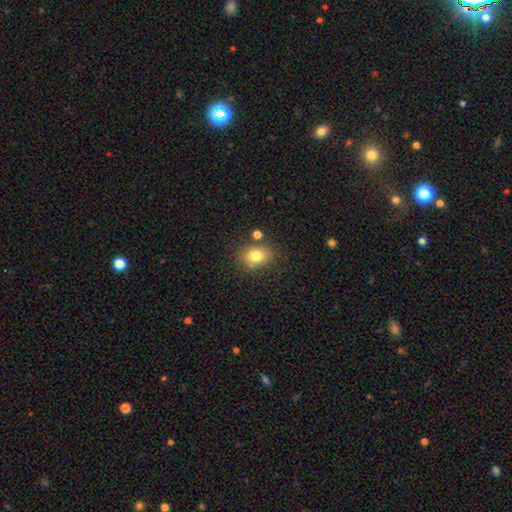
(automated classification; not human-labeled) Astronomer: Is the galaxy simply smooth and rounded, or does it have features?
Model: smooth — 79%.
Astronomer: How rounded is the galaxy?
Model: in between — 55% (runner-up: round, 44%).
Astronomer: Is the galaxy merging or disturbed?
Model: none — 72%.